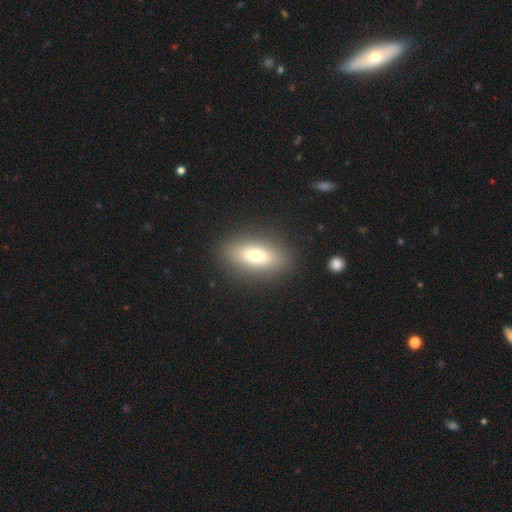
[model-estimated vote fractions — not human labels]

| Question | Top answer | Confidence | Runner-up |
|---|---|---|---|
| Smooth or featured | smooth | 68% | featured or disk (23%) |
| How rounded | in between | 77% | cigar-shaped (18%) |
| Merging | none | 88% | minor disturbance (7%) |